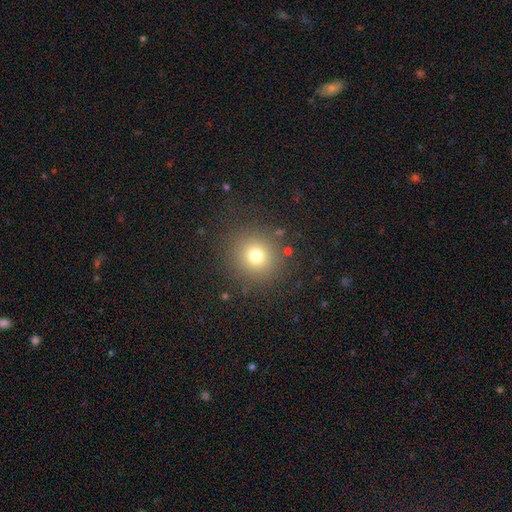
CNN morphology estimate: This is likely a smooth galaxy (73%). How rounded: clearly round (92%). Merging: clearly none (86%).